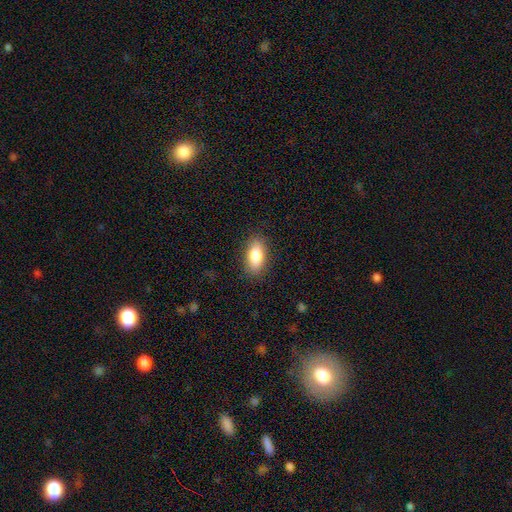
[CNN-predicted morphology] Smooth or featured?
  - smooth: 84% *
  - featured or disk: 9%
  - star or artifact: 7%
How rounded?
  - in between: 89% *
  - cigar-shaped: 7%
  - round: 4%
Merging?
  - none: 87% *
  - minor disturbance: 10%
  - major disturbance: 3%
  - merger: 1%